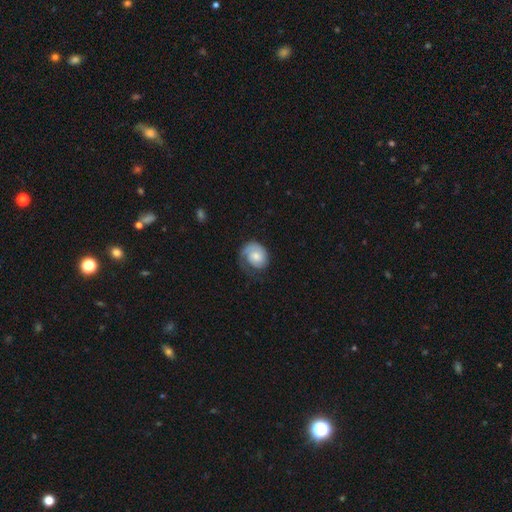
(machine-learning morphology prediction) The model was most divided on "bulge size": moderate: 51%, small: 29%, large: 13%, none: 5%, dominant: 2%. More confident: edge-on disk — no (98%); spiral arms — yes (90%); spiral arm count — 1 (77%); bar — no (75%); smooth or featured — featured or disk (62%); spiral winding — tight (57%); merging — none (56%).